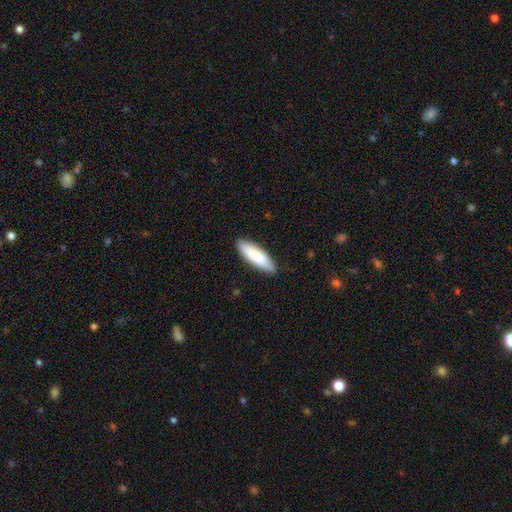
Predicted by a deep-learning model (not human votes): Morphology: type=smooth (83%); roundness=cigar-shaped (53%); merging=none (87%).